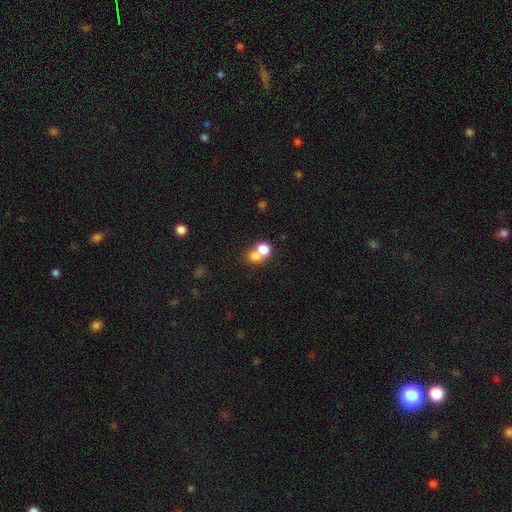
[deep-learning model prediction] Q: Smooth or featured?
A: smooth (74%); runner-up: featured or disk (15%)
Q: How rounded?
A: round (69%); runner-up: in between (30%)
Q: Merging?
A: merger (62%); runner-up: none (29%)